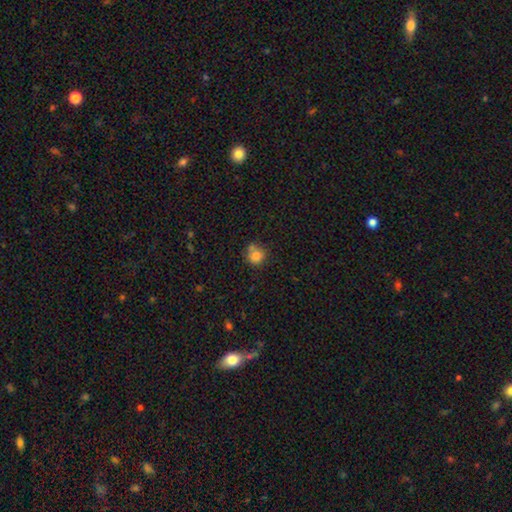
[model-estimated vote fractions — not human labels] Smooth or featured?
  - smooth: 82% *
  - star or artifact: 11%
  - featured or disk: 6%
How rounded?
  - round: 86% *
  - in between: 13%
  - cigar-shaped: 1%
Merging?
  - none: 59% *
  - minor disturbance: 18%
  - merger: 18%
  - major disturbance: 5%